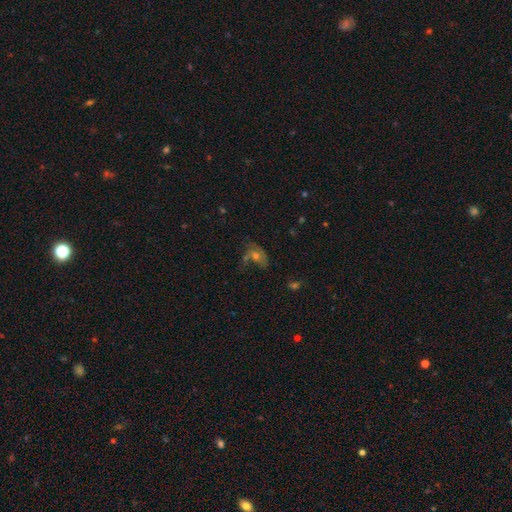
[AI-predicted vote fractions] A featured or disk galaxy (42%).

Vote fractions:
- Smooth or featured? featured or disk: 42% / smooth: 35% / star or artifact: 23%
- Merging? none: 41% / major disturbance: 23% / minor disturbance: 20% / merger: 16%